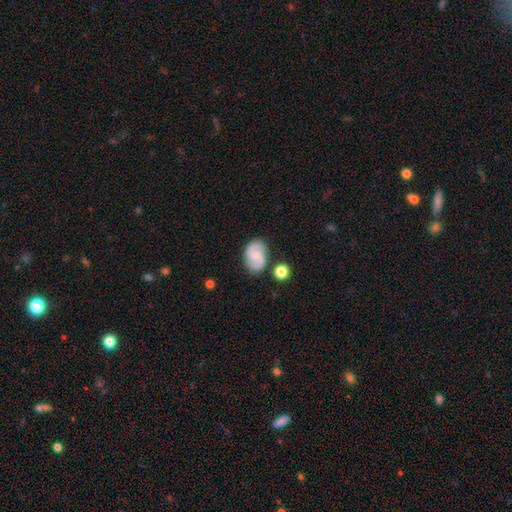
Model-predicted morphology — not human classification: The model was most divided on "bar": no: 54%, weak: 39%, strong: 7%. More confident: edge-on disk — no (97%); spiral arms — yes (92%); spiral arm count — 2 (89%); merging — none (77%); smooth or featured — featured or disk (66%); bulge size — small (57%); spiral winding — medium (50%).